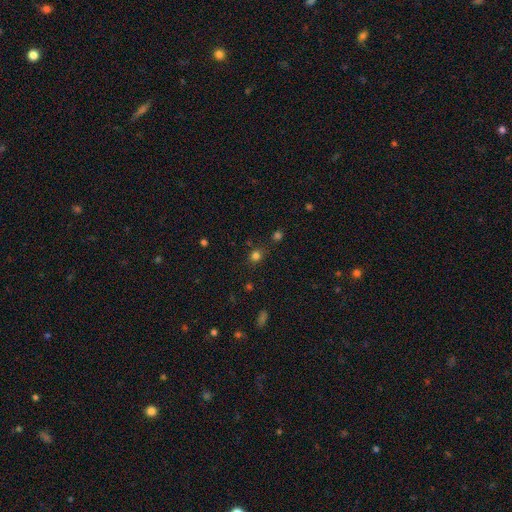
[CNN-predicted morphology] A smooth galaxy with no disk features (76%) that is round (78%).

Vote fractions:
- Smooth or featured? smooth: 76% / star or artifact: 19% / featured or disk: 5%
- How rounded? round: 78% / in between: 20% / cigar-shaped: 1%
- Merging? none: 79% / minor disturbance: 13% / merger: 5% / major disturbance: 4%